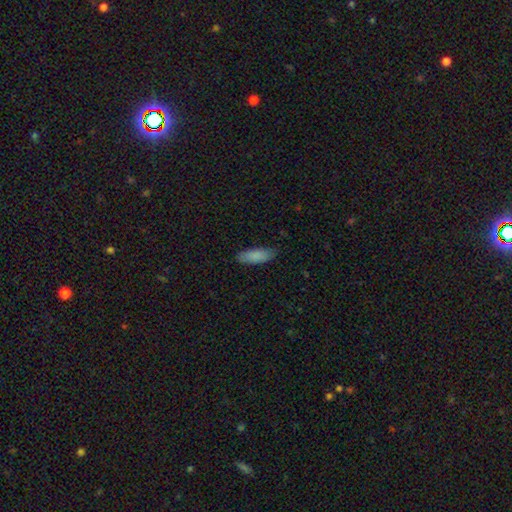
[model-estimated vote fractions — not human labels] Overall: smooth (87%). How rounded: in between (65%; cigar-shaped 33%). Merging: none (82%).